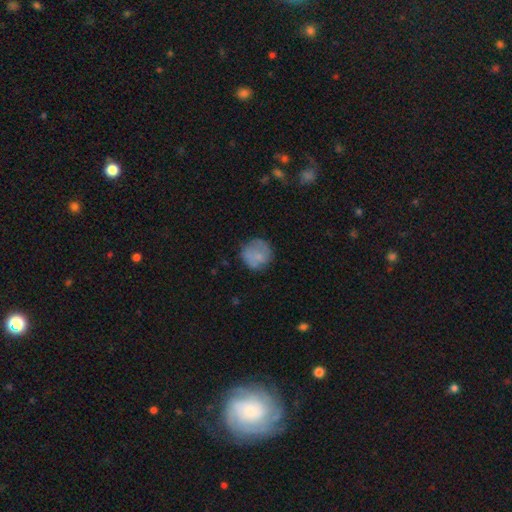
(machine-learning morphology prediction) Overall: smooth (74%). How rounded: round (91%). Merging: none (70%).